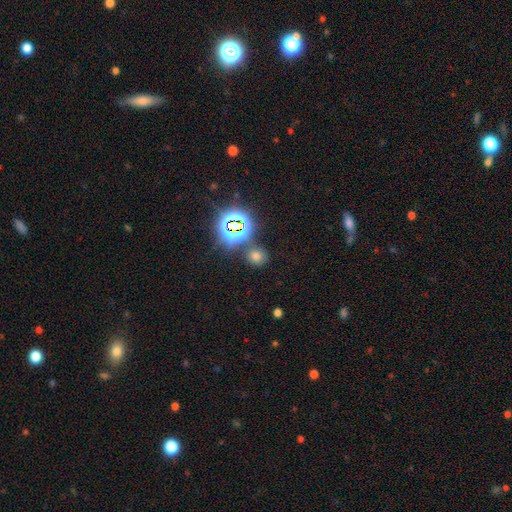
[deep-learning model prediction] A smooth galaxy with no disk features (58%) that is round (79%). Merging: none (78%).